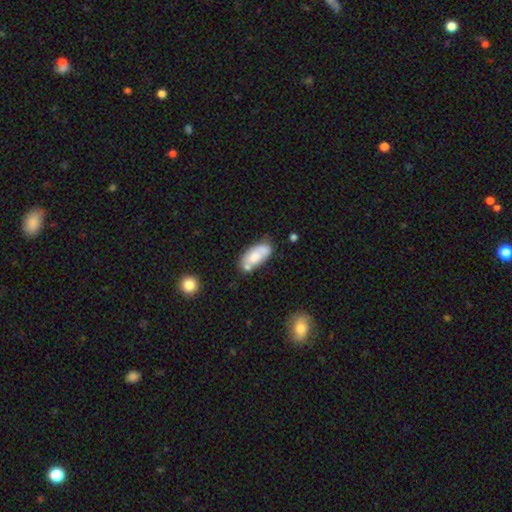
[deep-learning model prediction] Overall: smooth (68%). How rounded: in between (88%). Merging: none (53%; minor disturbance 22%).